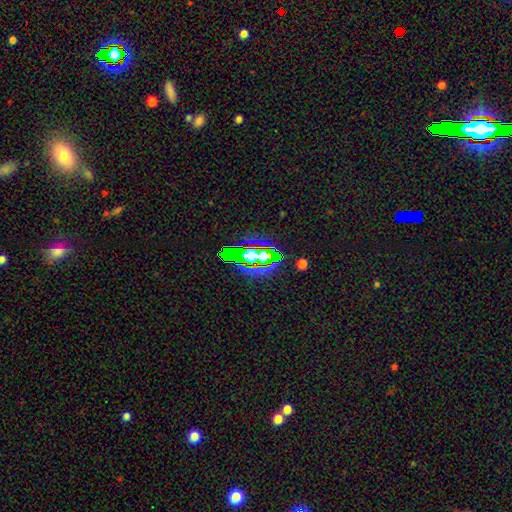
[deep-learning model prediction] star or artifact 58%, smooth 26%, featured or disk 16%.